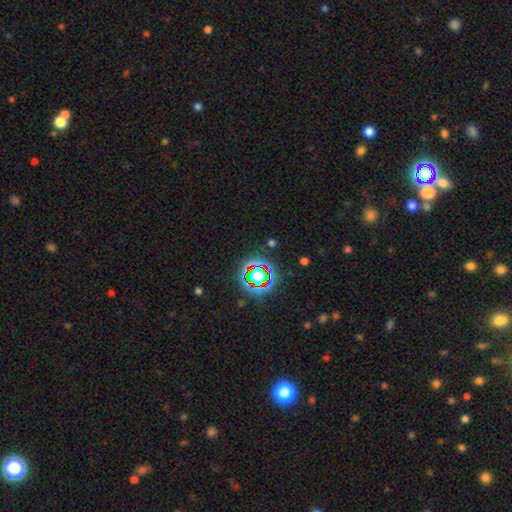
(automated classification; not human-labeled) smooth_or_featured: star or artifact (p=0.78) [alt: smooth p=0.13]